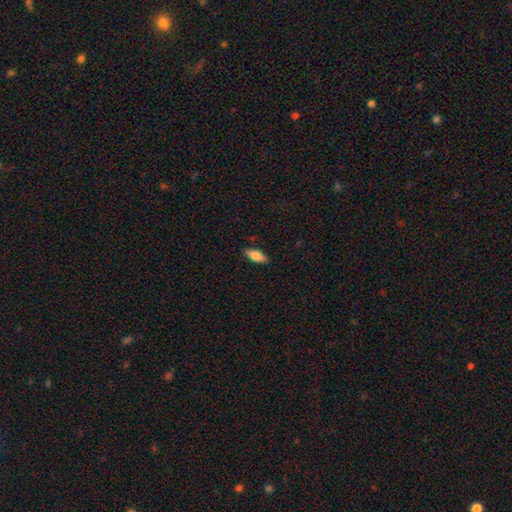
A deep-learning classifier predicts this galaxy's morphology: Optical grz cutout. It shows a smooth galaxy with no disk features (77%) that is in between round and cigar-shaped (78%). Merging: none (87%).